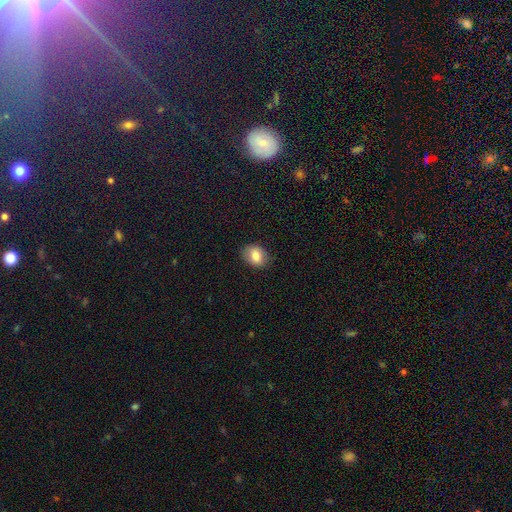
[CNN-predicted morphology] A smooth galaxy with no disk features (81%) that is in between round and cigar-shaped (68%).

Vote fractions:
- Smooth or featured? smooth: 81% / featured or disk: 11% / star or artifact: 8%
- How rounded? in between: 68% / round: 31% / cigar-shaped: 1%
- Merging? none: 82% / minor disturbance: 14% / major disturbance: 3% / merger: 1%